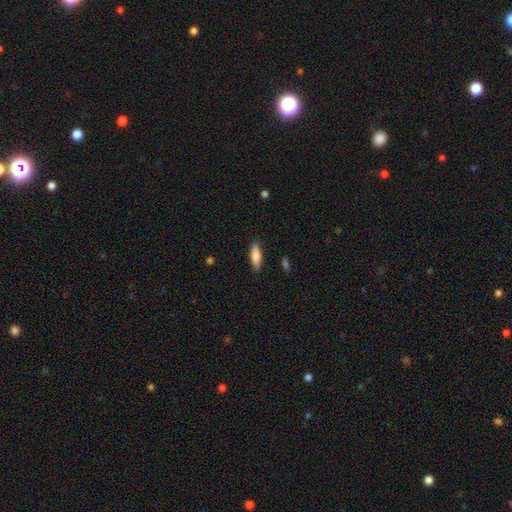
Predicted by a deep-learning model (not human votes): A smooth galaxy with no disk features (82%) that is in between round and cigar-shaped (51%). Merging: none (87%).